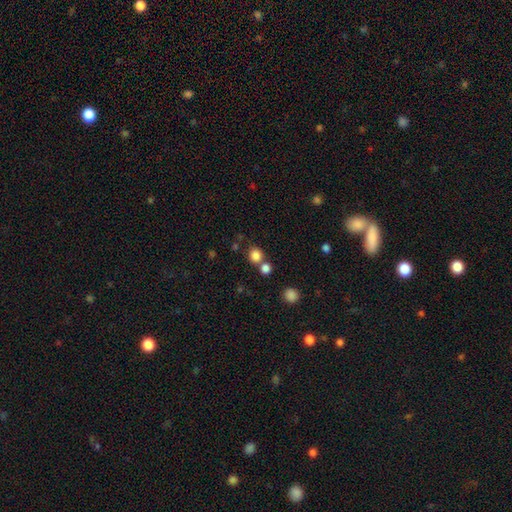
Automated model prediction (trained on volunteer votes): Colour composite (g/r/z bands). It shows a smooth galaxy with no disk features (82%) that is round (85%). Merging: none (64%).